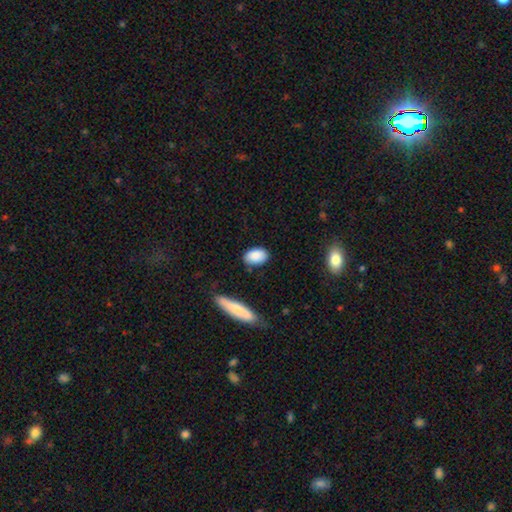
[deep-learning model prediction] Smooth or featured? smooth (88%)
How rounded? in between (89%)
Merging? none (81%)